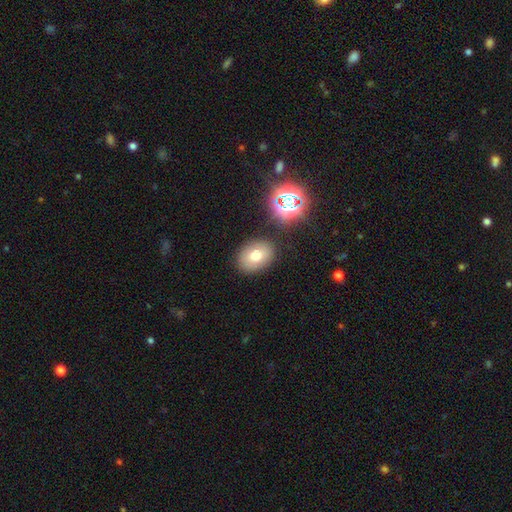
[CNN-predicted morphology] The model was most divided on "how rounded": in between: 69%, round: 30%, cigar-shaped: 1%. More confident: merging — none (84%); smooth or featured — smooth (73%).